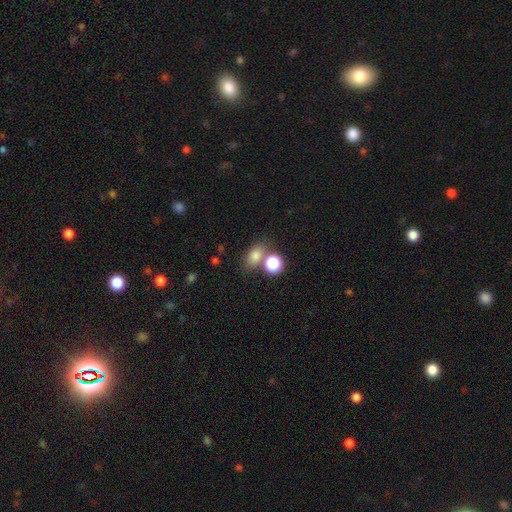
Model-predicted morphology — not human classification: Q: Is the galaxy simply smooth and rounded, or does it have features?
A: smooth — 76%.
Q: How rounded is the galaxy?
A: in between — 66%.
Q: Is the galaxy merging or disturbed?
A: none — 60%.